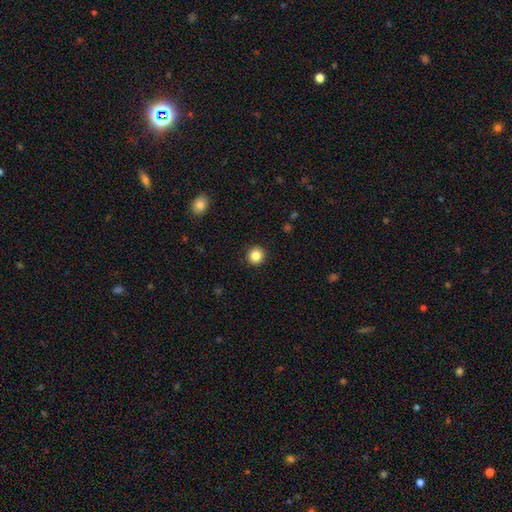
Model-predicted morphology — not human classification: Smooth or featured?
  - smooth: 85% *
  - star or artifact: 10%
  - featured or disk: 5%
How rounded?
  - round: 94% *
  - in between: 5%
  - cigar-shaped: 1%
Merging?
  - none: 92% *
  - minor disturbance: 5%
  - major disturbance: 2%
  - merger: 1%